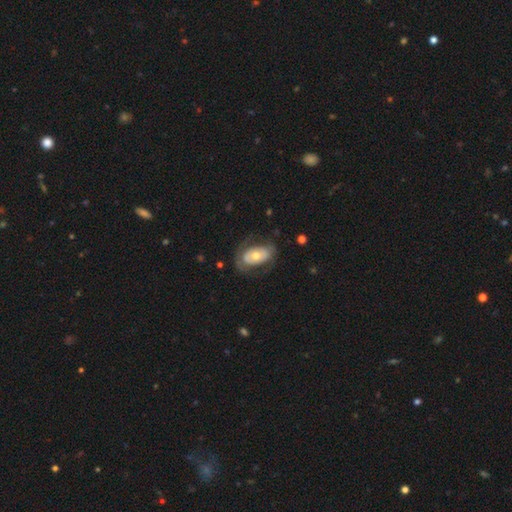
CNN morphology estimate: Q: Smooth or featured?
A: featured or disk (51%); runner-up: smooth (44%)
Q: Edge-on disk?
A: no (92%); runner-up: yes (8%)
Q: Merging?
A: none (63%); runner-up: minor disturbance (20%)